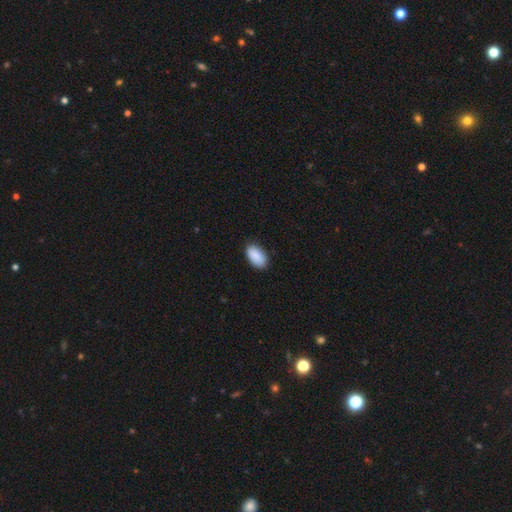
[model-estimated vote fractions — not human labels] Overall: smooth (91%). How rounded: in between (95%). Merging: none (86%).